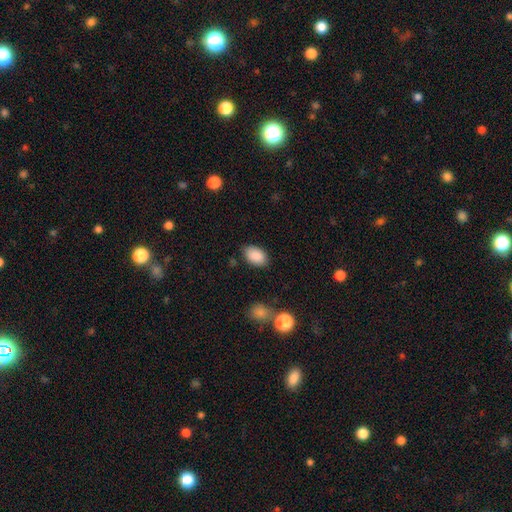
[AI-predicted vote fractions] Overall: smooth (89%). How rounded: in between (91%). Merging: none (83%).